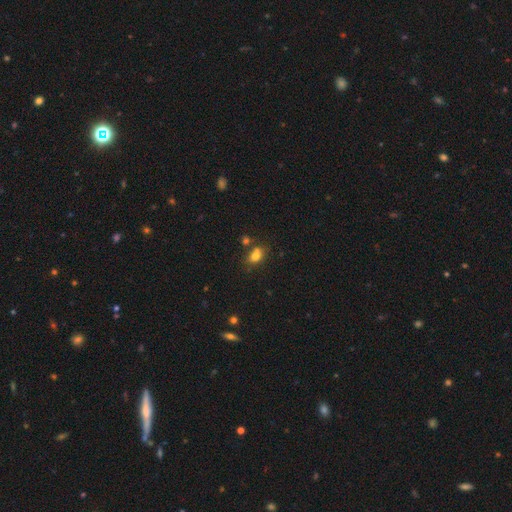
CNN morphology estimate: A smooth galaxy with no disk features (75%) that is in between round and cigar-shaped (65%).

Vote fractions:
- Smooth or featured? smooth: 75% / star or artifact: 13% / featured or disk: 12%
- How rounded? in between: 65% / round: 33% / cigar-shaped: 2%
- Merging? none: 53% / merger: 28% / minor disturbance: 14% / major disturbance: 5%